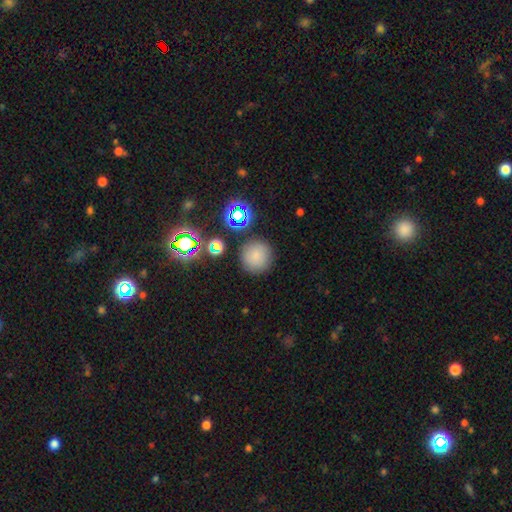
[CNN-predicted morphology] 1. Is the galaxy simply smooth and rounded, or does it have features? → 75% smooth, 17% star or artifact, 8% featured or disk.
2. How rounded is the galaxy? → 95% round, 4% in between, 1% cigar-shaped.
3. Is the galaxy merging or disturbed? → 85% none, 8% minor disturbance, 4% merger, 3% major disturbance.